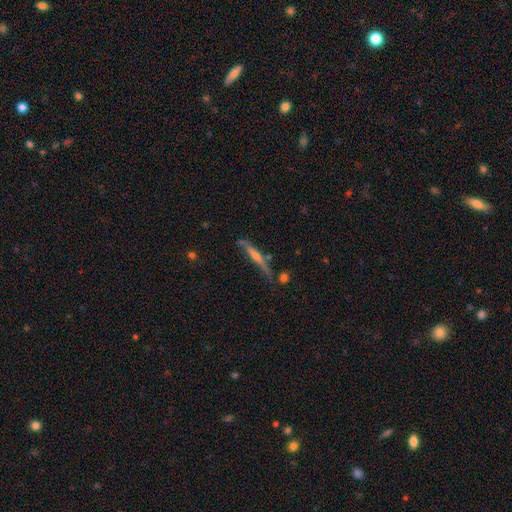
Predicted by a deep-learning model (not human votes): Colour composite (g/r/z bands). It shows a featured or disk galaxy (67%) viewed edge-on (96%) with a rounded central bulge (54%). Merging: none (75%).